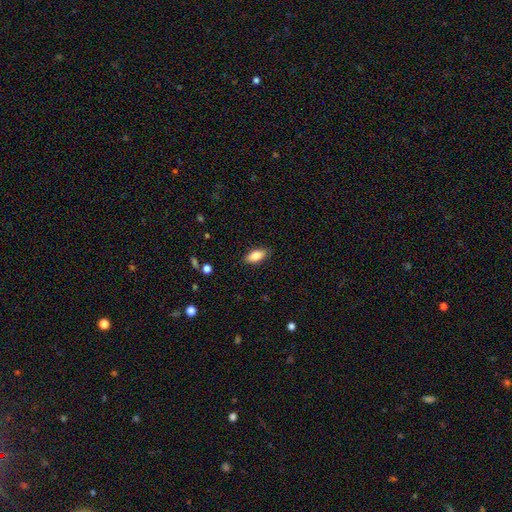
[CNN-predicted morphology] Smooth or featured: smooth — 83% (featured or disk — 10%)
How rounded: in between — 88% (cigar-shaped — 9%)
Merging: none — 87% (minor disturbance — 10%)